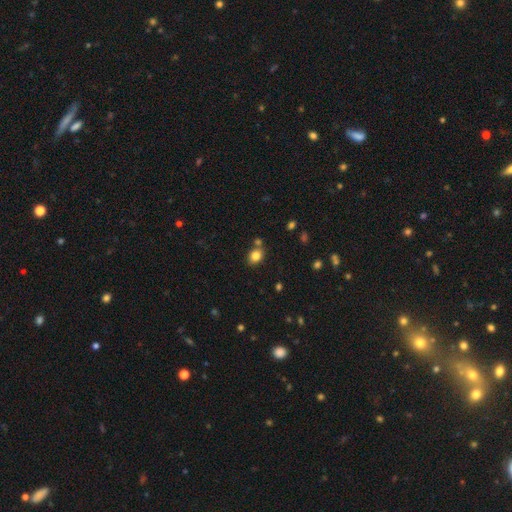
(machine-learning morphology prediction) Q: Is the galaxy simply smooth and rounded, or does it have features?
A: smooth — 82%.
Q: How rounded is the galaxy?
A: in between — 50%.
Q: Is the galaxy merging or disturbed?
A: none — 71%.